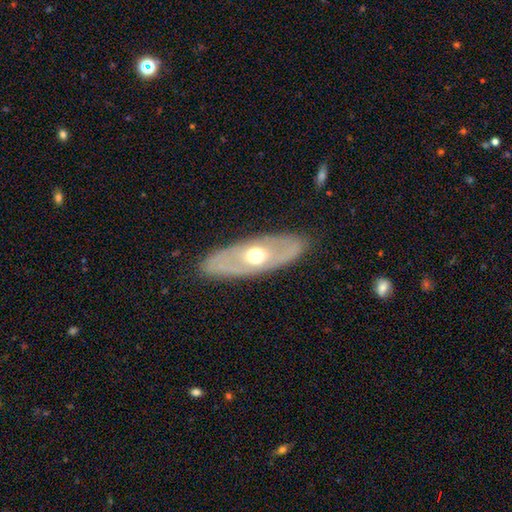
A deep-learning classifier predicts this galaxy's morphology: A featured or disk galaxy (63%).

Vote fractions:
- Smooth or featured? featured or disk: 63% / smooth: 32% / star or artifact: 5%
- Edge-on disk? no: 75% / yes: 25%
- Merging? none: 85% / minor disturbance: 10% / major disturbance: 3% / merger: 1%